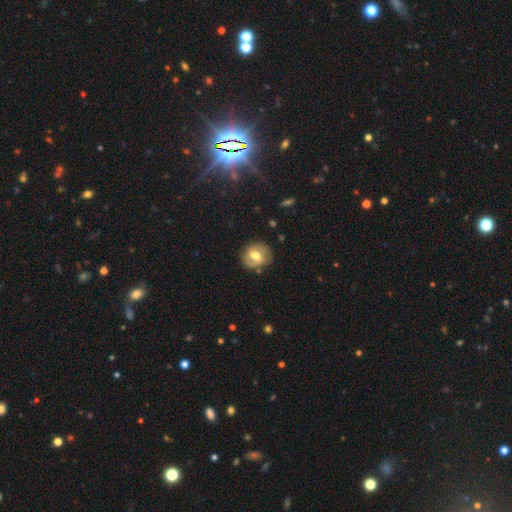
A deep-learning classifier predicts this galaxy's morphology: Smooth or featured: featured or disk — 48% (smooth — 44%)
Merging: none — 80% (minor disturbance — 14%)